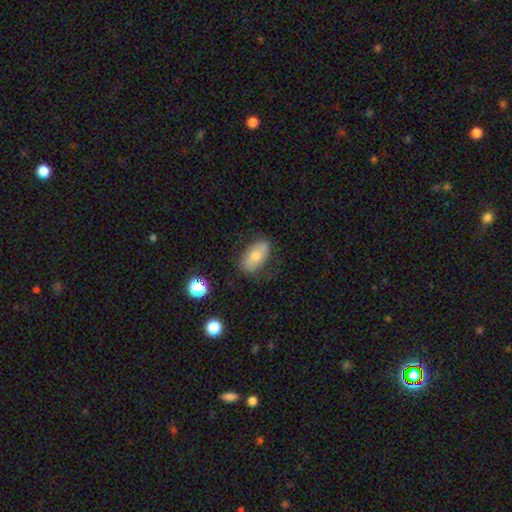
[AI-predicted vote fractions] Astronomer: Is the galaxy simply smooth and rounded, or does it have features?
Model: smooth — 67%.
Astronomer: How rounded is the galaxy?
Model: in between — 91%.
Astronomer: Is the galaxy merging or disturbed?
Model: none — 70%.